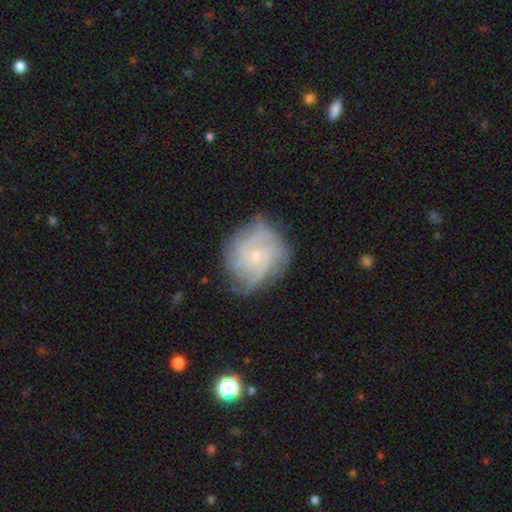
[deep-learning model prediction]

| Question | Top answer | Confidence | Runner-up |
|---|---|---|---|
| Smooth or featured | featured or disk | 73% | smooth (18%) |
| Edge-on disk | no | 97% | yes (3%) |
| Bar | no | 79% | weak (18%) |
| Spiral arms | yes | 91% | no (9%) |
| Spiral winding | tight | 51% | medium (35%) |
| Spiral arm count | can't tell | 35% | 4 (25%) |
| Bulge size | small | 79% | moderate (17%) |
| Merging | none | 69% | minor disturbance (20%) |